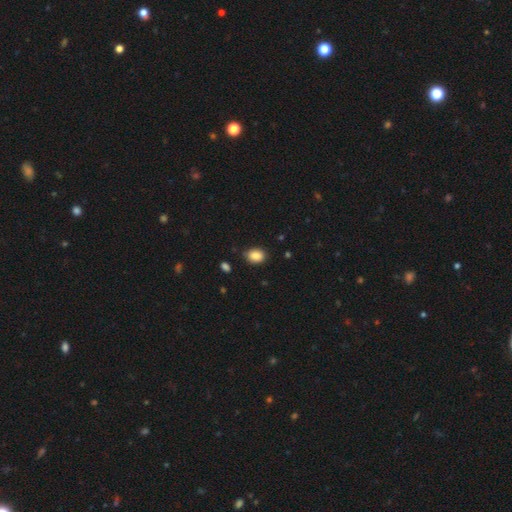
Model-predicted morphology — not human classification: smooth_or_featured: smooth (p=0.87) [alt: star or artifact p=0.09]
how_rounded: in between (p=0.66) [alt: round p=0.33]
merging: none (p=0.81) [alt: minor disturbance p=0.15]